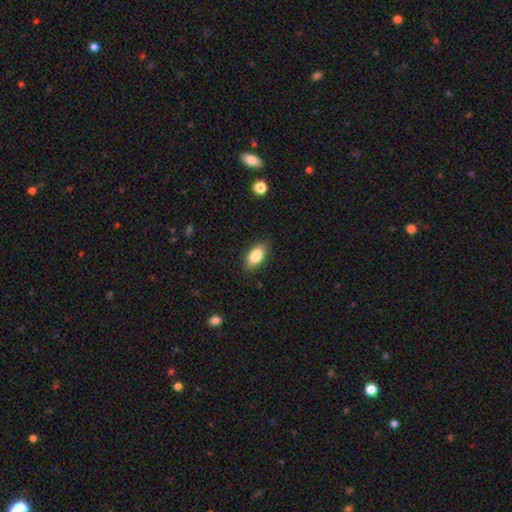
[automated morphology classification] Q: Smooth or featured?
A: smooth (84%); runner-up: featured or disk (8%)
Q: How rounded?
A: in between (91%); runner-up: cigar-shaped (5%)
Q: Merging?
A: none (86%); runner-up: minor disturbance (11%)